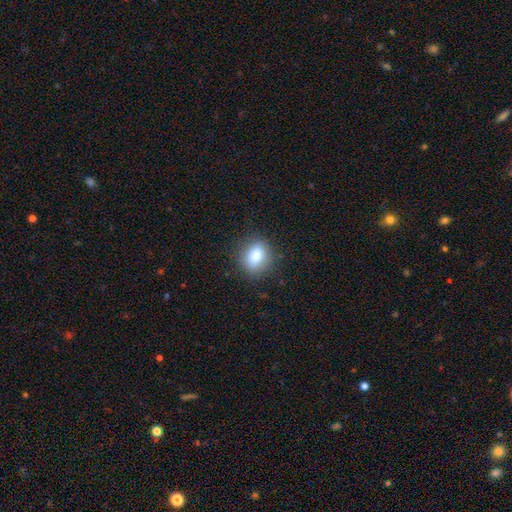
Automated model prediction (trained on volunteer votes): This appears to be a smooth galaxy with no disk features (80%) that is round (50%). Merging: none (85%).